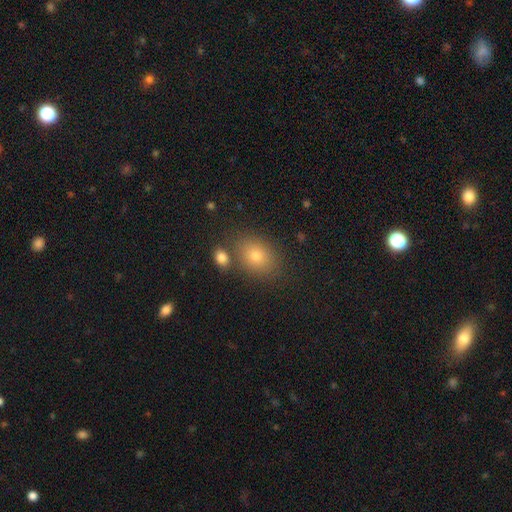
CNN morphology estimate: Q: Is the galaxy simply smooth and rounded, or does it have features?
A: smooth — 75%.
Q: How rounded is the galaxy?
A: in between — 63%.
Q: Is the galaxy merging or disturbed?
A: none — 75%.